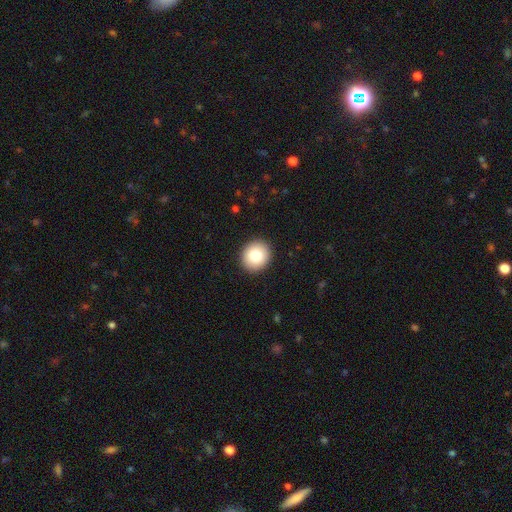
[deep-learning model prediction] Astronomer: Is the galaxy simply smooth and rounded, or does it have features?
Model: smooth — 82%.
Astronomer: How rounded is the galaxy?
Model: round — 83%.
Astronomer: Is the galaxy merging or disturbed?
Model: none — 92%.